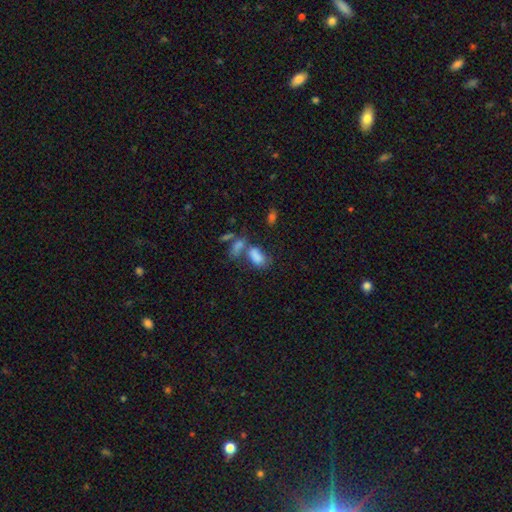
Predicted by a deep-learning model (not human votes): Smooth or featured: smooth — 76% (featured or disk — 12%)
How rounded: in between — 88% (round — 6%)
Merging: merger — 48% (none — 29%)